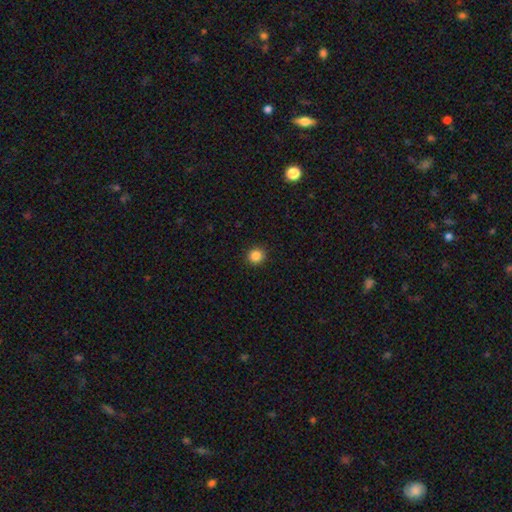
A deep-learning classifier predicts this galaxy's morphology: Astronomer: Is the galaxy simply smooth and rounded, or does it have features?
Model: smooth — 86%.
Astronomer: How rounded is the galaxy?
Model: round — 91%.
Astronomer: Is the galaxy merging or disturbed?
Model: none — 93%.